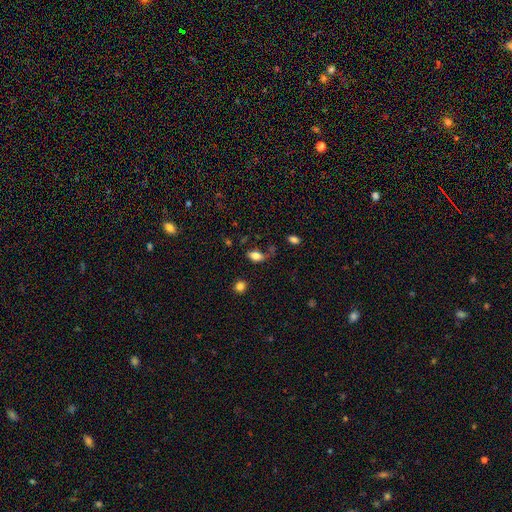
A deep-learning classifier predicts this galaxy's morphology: smooth 81%, star or artifact 10%, featured or disk 9%. Down the decision tree: how rounded — in between (88%); merging — none (65%).